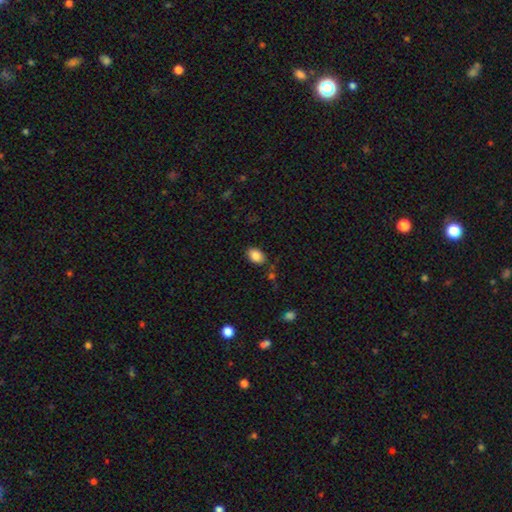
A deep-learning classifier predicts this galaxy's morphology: smooth-or-featured: smooth: 86% | star or artifact: 8% | featured or disk: 6%
  how-rounded: in between: 83% | round: 16% | cigar-shaped: 1%
  merging: none: 79% | minor disturbance: 14% | major disturbance: 4% | merger: 4%